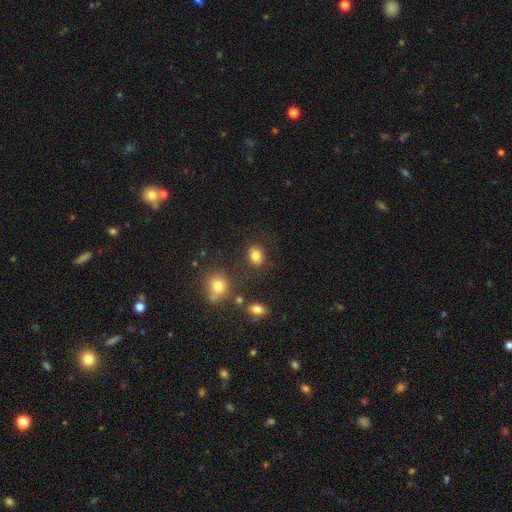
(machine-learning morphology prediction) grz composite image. It shows a smooth galaxy with no disk features (81%) that is in between round and cigar-shaped (62%). Merging: none (81%).